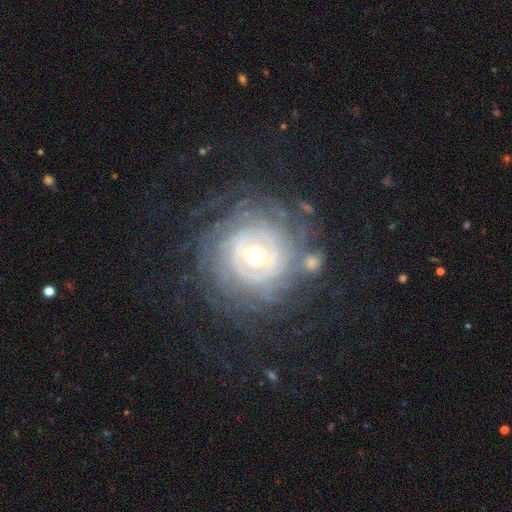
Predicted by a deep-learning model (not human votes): Smooth or featured?
  - featured or disk: 84% *
  - smooth: 9%
  - star or artifact: 7%
Edge-on disk?
  - no: 96% *
  - yes: 4%
Bar?
  - weak: 44% *
  - no: 34%
  - strong: 23%
Spiral arms?
  - yes: 88% *
  - no: 12%
Spiral winding?
  - tight: 82% *
  - medium: 13%
  - loose: 5%
Spiral arm count?
  - can't tell: 47% *
  - more than 4: 14%
  - 2: 12%
  - 4: 11%
  - 3: 10%
  - 1: 6%
Bulge size?
  - moderate: 62% *
  - small: 31%
  - large: 5%
  - dominant: 1%
  - none: 1%
Merging?
  - none: 74% *
  - minor disturbance: 13%
  - major disturbance: 10%
  - merger: 4%